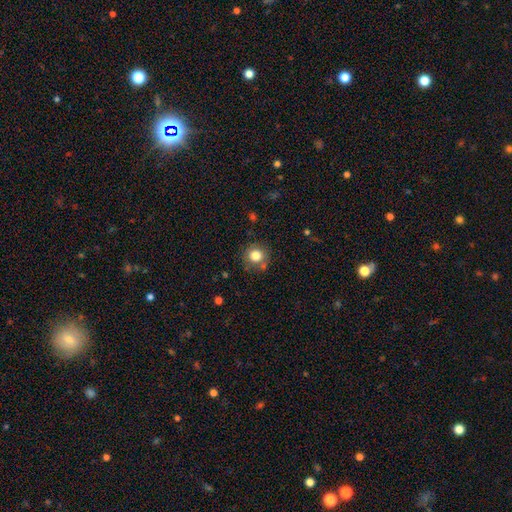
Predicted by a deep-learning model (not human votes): This is clearly a smooth galaxy (81%). How rounded: clearly round (91%). Merging: likely none (80%).